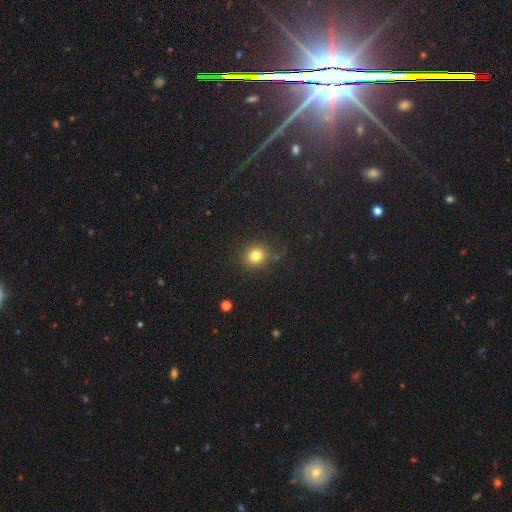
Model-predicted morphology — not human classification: Smooth or featured? Predicted: smooth (p=0.80). How rounded? Predicted: round (p=0.84). Merging? Predicted: none (p=0.85).